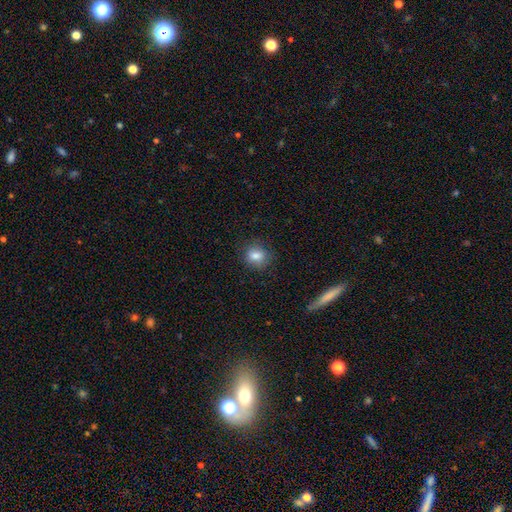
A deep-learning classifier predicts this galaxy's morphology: Q: Smooth or featured?
A: smooth (83%); runner-up: star or artifact (10%)
Q: How rounded?
A: round (64%); runner-up: in between (35%)
Q: Merging?
A: none (83%); runner-up: minor disturbance (12%)